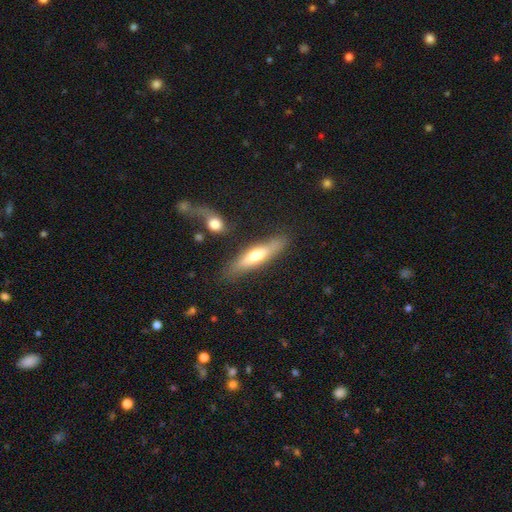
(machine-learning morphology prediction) Smooth or featured?
  - smooth: 54% *
  - featured or disk: 40%
  - star or artifact: 6%
How rounded?
  - cigar-shaped: 74% *
  - in between: 24%
  - round: 2%
Merging?
  - none: 76% *
  - minor disturbance: 14%
  - merger: 6%
  - major disturbance: 5%